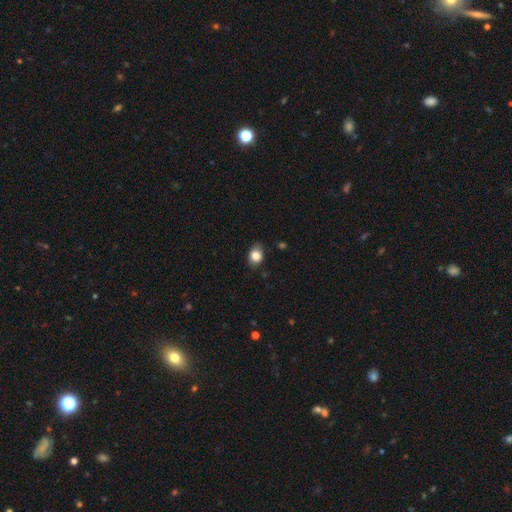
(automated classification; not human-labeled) Smooth or featured? Predicted: smooth (p=0.84). How rounded? Predicted: in between (p=0.56). Merging? Predicted: none (p=0.76).